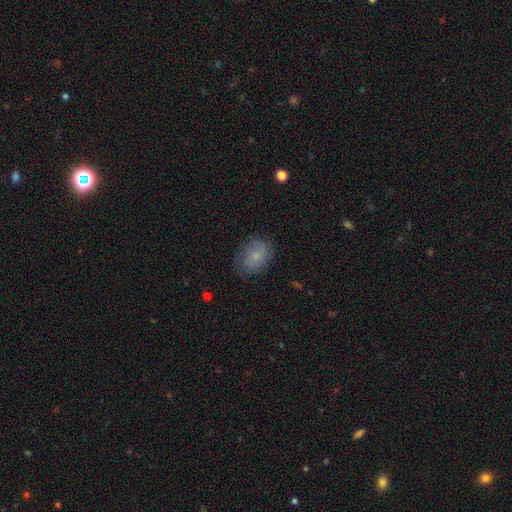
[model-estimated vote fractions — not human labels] Smooth or featured? smooth (74%)
How rounded? in between (72%)
Merging? none (72%)